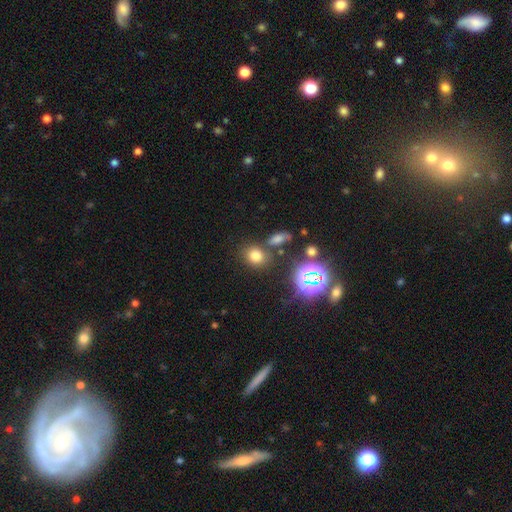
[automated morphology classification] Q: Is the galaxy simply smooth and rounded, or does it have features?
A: smooth — 70%.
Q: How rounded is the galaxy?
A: round — 60%.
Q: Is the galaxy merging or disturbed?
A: none — 71%.